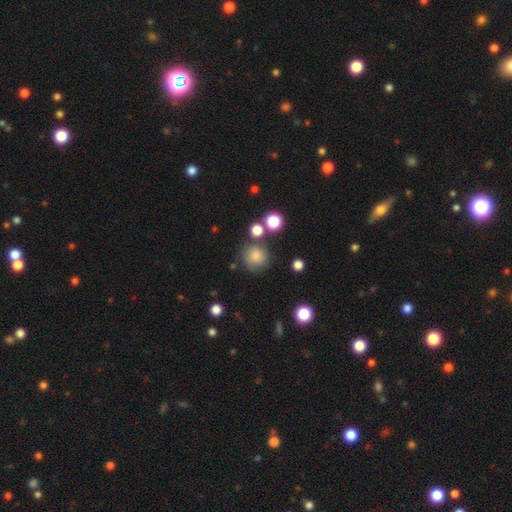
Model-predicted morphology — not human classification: A smooth galaxy with no disk features (75%) that is round (90%).

Vote fractions:
- Smooth or featured? smooth: 75% / star or artifact: 12% / featured or disk: 12%
- How rounded? round: 90% / in between: 9% / cigar-shaped: 1%
- Merging? none: 69% / minor disturbance: 16% / merger: 8% / major disturbance: 7%